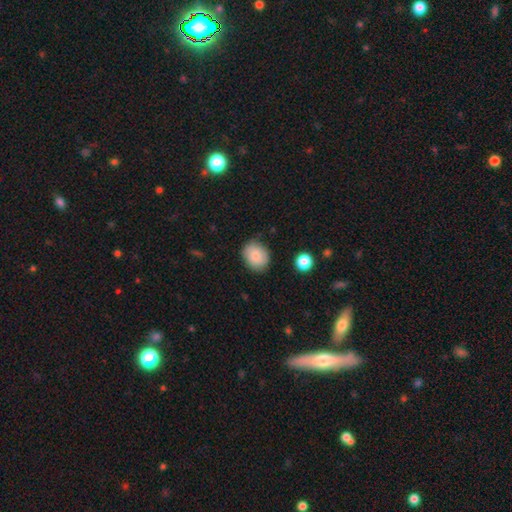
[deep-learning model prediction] smooth-or-featured: smooth: 83% | featured or disk: 9% | star or artifact: 8%
  how-rounded: round: 59% | in between: 40% | cigar-shaped: 1%
  merging: none: 79% | minor disturbance: 16% | major disturbance: 3% | merger: 2%